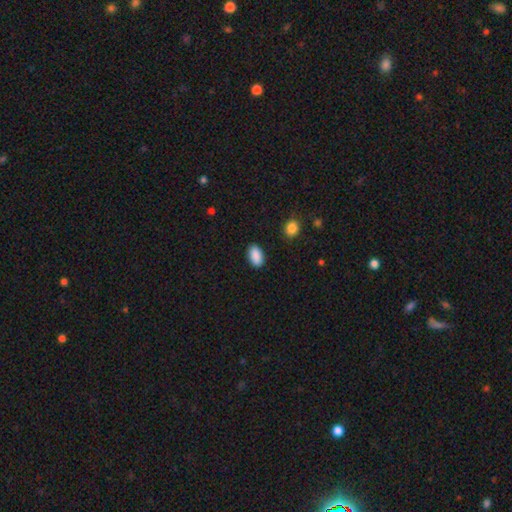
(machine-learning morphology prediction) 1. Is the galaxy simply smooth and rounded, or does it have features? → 90% smooth, 7% star or artifact, 3% featured or disk.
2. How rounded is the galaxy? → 92% in between, 5% round, 2% cigar-shaped.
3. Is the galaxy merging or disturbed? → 88% none, 9% minor disturbance, 2% major disturbance, 1% merger.